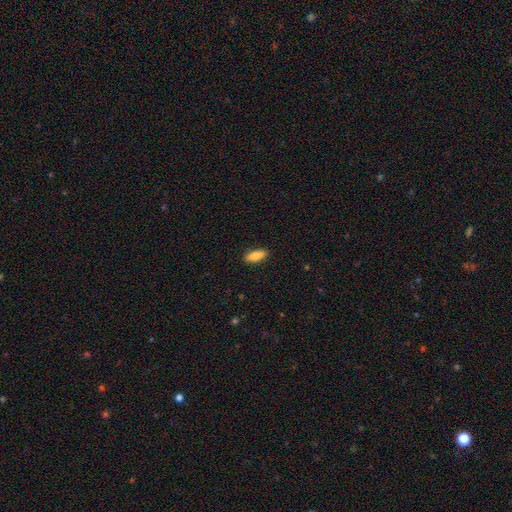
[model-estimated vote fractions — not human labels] smooth_or_featured: smooth (p=0.83) [alt: featured or disk p=0.11]
how_rounded: in between (p=0.73) [alt: cigar-shaped p=0.25]
merging: none (p=0.90) [alt: minor disturbance p=0.08]